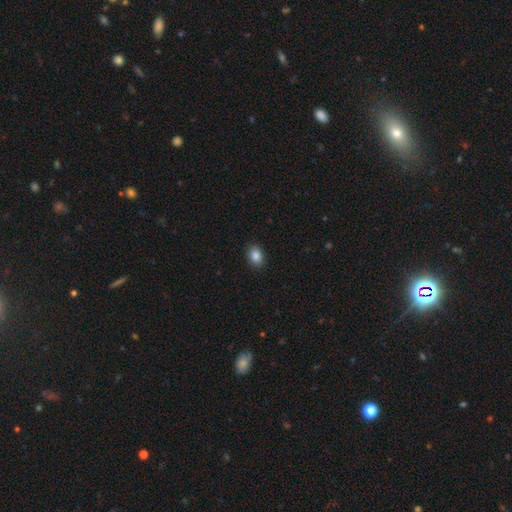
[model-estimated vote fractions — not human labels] Smooth or featured? smooth (87%)
How rounded? in between (72%)
Merging? none (90%)